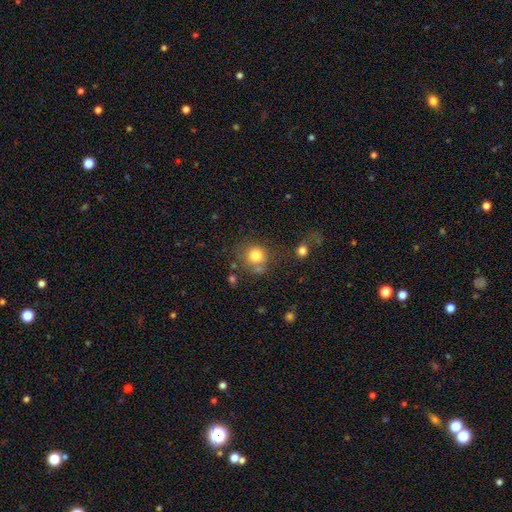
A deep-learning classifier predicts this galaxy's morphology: The model was most divided on "merging": none: 62%, minor disturbance: 17%, merger: 13%, major disturbance: 8%. More confident: how rounded — round (85%); smooth or featured — smooth (80%).